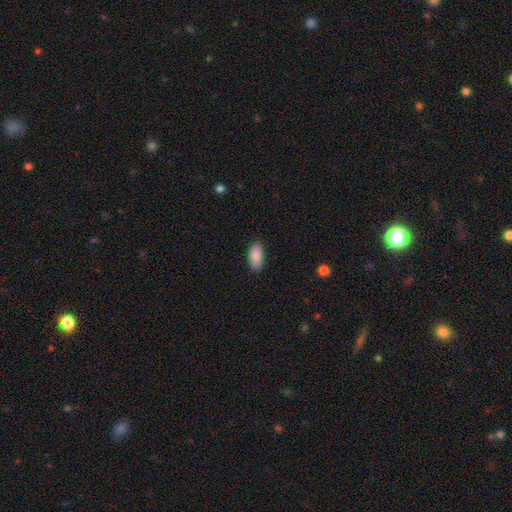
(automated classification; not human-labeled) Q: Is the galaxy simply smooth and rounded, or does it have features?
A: smooth — 88%.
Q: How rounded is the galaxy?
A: in between — 91%.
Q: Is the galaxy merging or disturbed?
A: none — 87%.